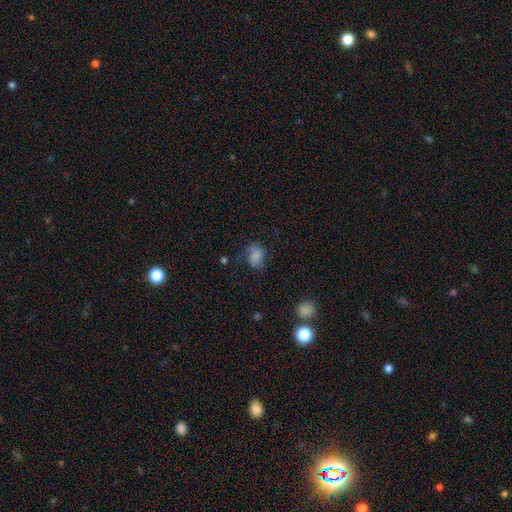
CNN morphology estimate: Q: Smooth or featured?
A: smooth (78%); runner-up: featured or disk (11%)
Q: How rounded?
A: in between (66%); runner-up: round (32%)
Q: Merging?
A: none (54%); runner-up: minor disturbance (29%)